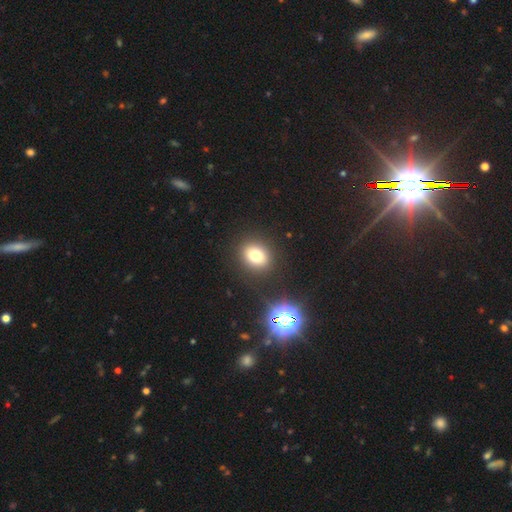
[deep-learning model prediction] This appears to be a smooth galaxy with no disk features (75%) that is round (53%). Merging: none (88%).